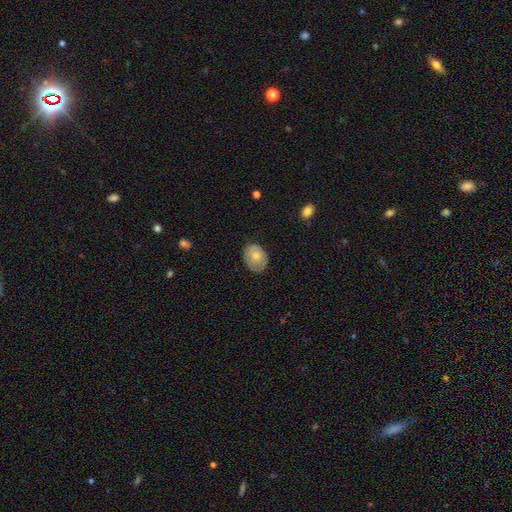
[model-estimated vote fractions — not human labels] Morphology: type=smooth (68%); roundness=in between (60%); merging=none (76%).